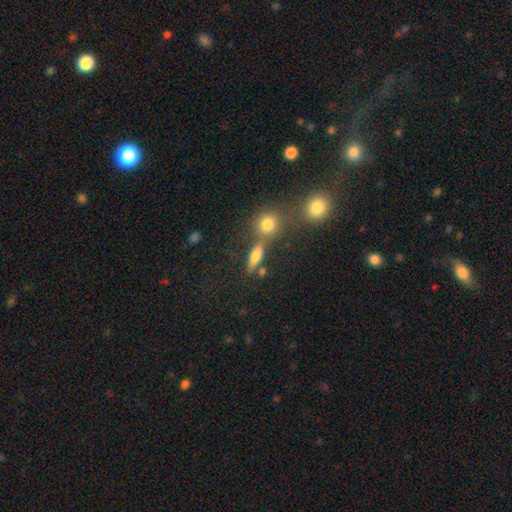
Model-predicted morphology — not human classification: A smooth galaxy with no disk features (70%) that is in between round and cigar-shaped (44%).

Vote fractions:
- Smooth or featured? smooth: 70% / featured or disk: 17% / star or artifact: 13%
- How rounded? in between: 44% / cigar-shaped: 40% / round: 16%
- Merging? none: 62% / merger: 20% / minor disturbance: 12% / major disturbance: 6%